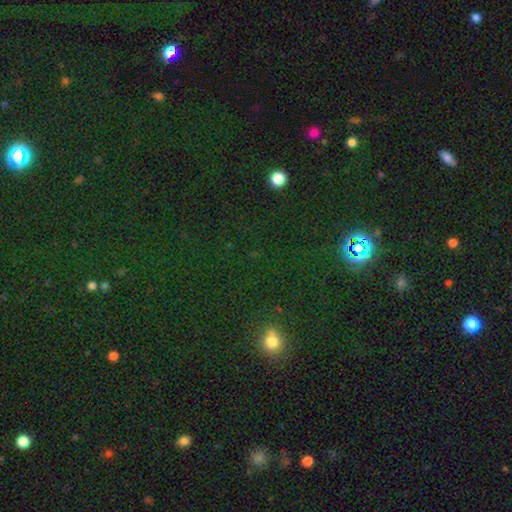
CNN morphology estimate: Q: Smooth or featured?
A: star or artifact (58%); runner-up: smooth (35%)